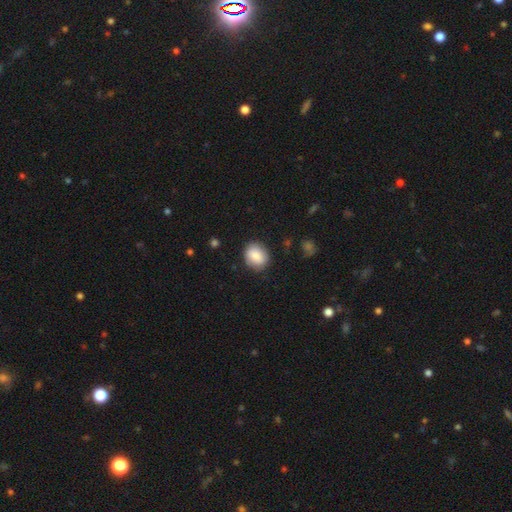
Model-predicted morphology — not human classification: A smooth galaxy with no disk features (83%) that is round (53%). Merging: none (82%).